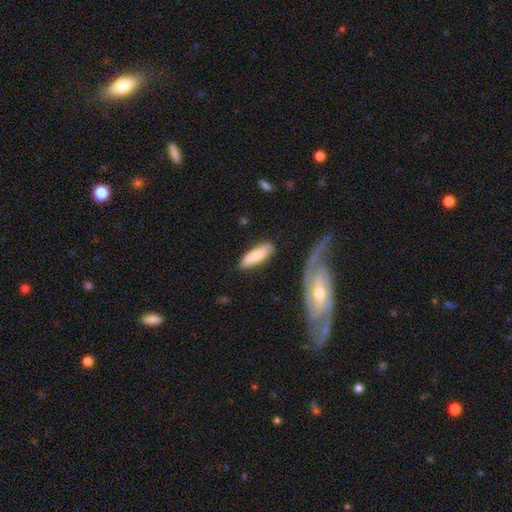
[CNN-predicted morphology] The model was most divided on "how rounded": in between: 51%, cigar-shaped: 47%, round: 2%. More confident: merging — none (79%); smooth or featured — smooth (74%).